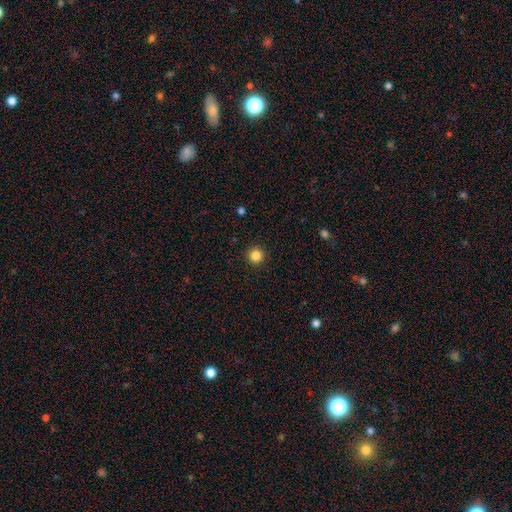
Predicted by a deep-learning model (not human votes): Q: Smooth or featured?
A: smooth (84%); runner-up: star or artifact (12%)
Q: How rounded?
A: round (96%); runner-up: in between (3%)
Q: Merging?
A: none (93%); runner-up: minor disturbance (4%)